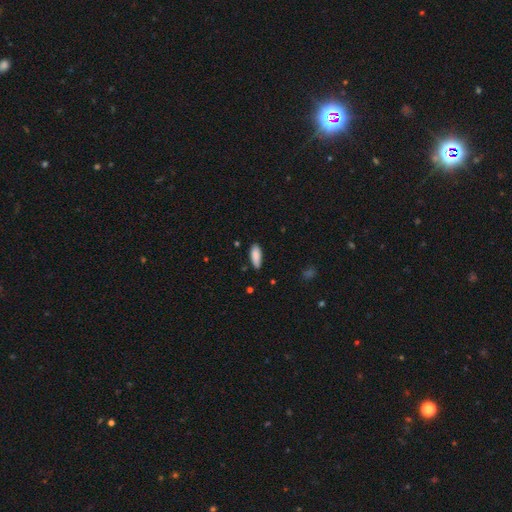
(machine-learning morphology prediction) A smooth galaxy with no disk features (88%) that is in between round and cigar-shaped (74%).

Vote fractions:
- Smooth or featured? smooth: 88% / star or artifact: 6% / featured or disk: 6%
- How rounded? in between: 74% / cigar-shaped: 25% / round: 2%
- Merging? none: 81% / minor disturbance: 16% / major disturbance: 2% / merger: 1%